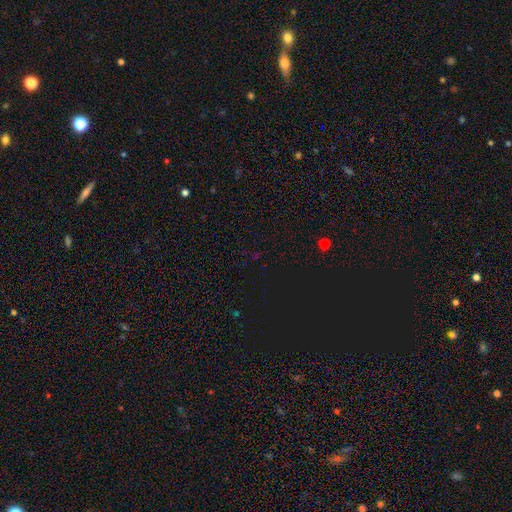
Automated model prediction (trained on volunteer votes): Q: Smooth or featured?
A: star or artifact (73%); runner-up: smooth (20%)